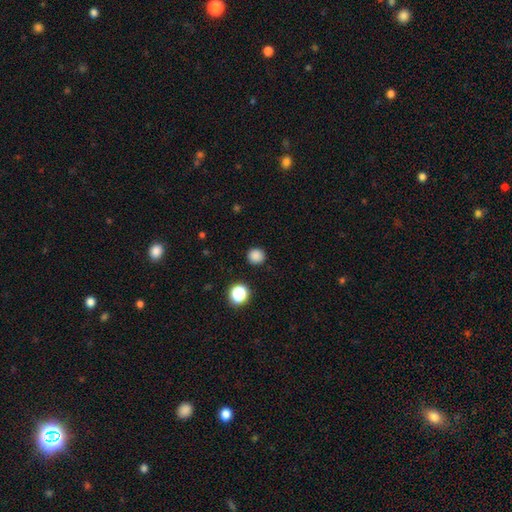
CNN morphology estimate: Smooth or featured? Predicted: smooth (p=0.85). How rounded? Predicted: round (p=0.93). Merging? Predicted: none (p=0.90).